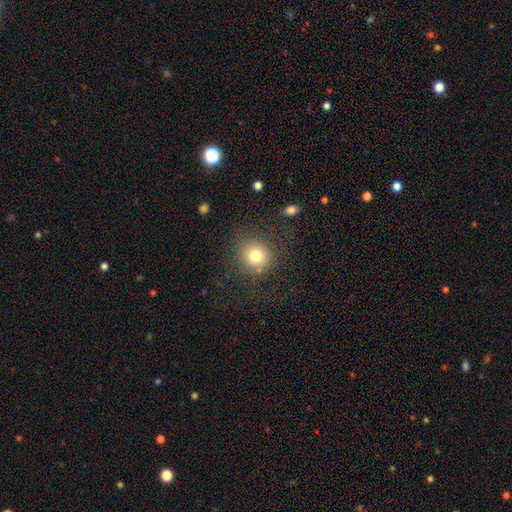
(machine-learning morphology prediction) smooth_or_featured: smooth (p=0.77) [alt: star or artifact p=0.13]
how_rounded: round (p=0.89) [alt: in between p=0.10]
merging: none (p=0.79) [alt: minor disturbance p=0.11]